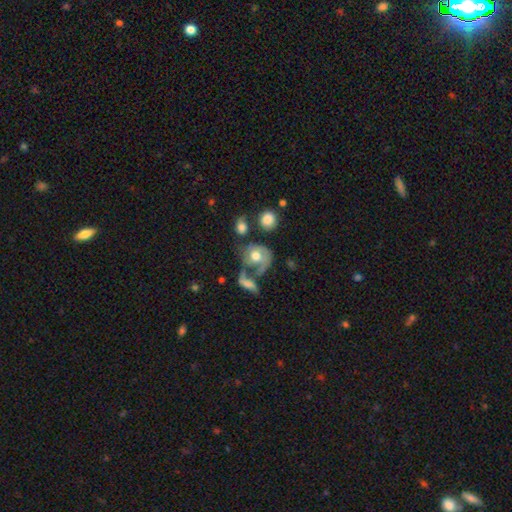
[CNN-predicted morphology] type=featured or disk (48%); merging=merger (35%).